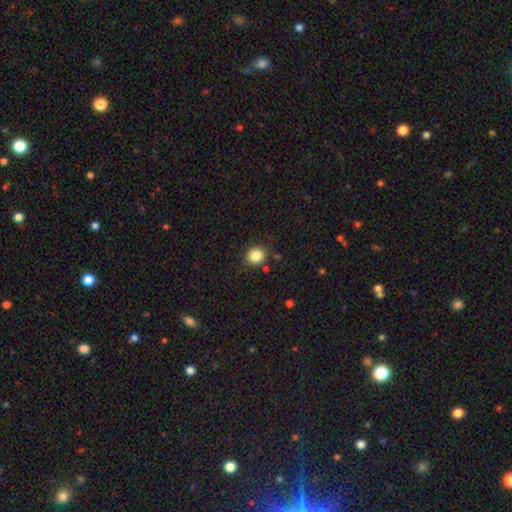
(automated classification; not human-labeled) Smooth or featured?
  - smooth: 85% *
  - star or artifact: 11%
  - featured or disk: 5%
How rounded?
  - round: 80% *
  - in between: 19%
  - cigar-shaped: 1%
Merging?
  - none: 83% *
  - minor disturbance: 11%
  - merger: 3%
  - major disturbance: 3%